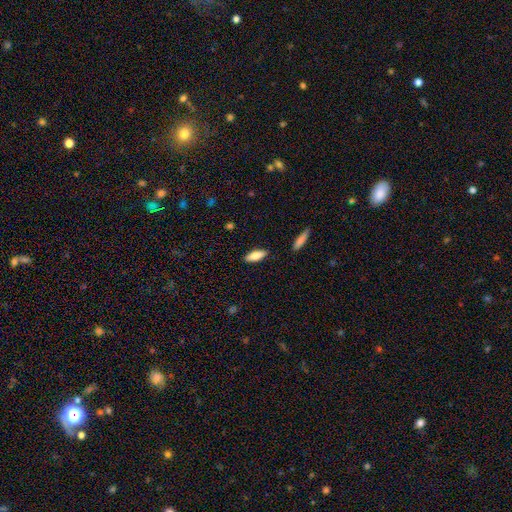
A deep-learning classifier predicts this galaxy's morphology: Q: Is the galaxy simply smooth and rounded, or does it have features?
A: smooth — 77%.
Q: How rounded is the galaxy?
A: in between — 61%.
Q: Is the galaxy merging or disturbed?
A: none — 87%.